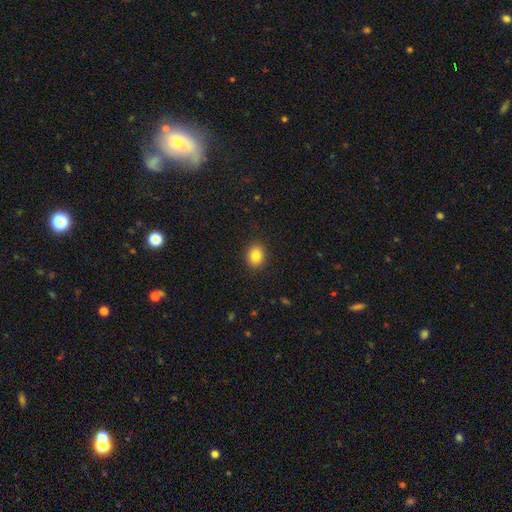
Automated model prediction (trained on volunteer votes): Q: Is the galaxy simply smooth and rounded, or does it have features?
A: smooth — 84%.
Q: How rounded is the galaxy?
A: round — 58%.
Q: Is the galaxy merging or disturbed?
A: none — 90%.